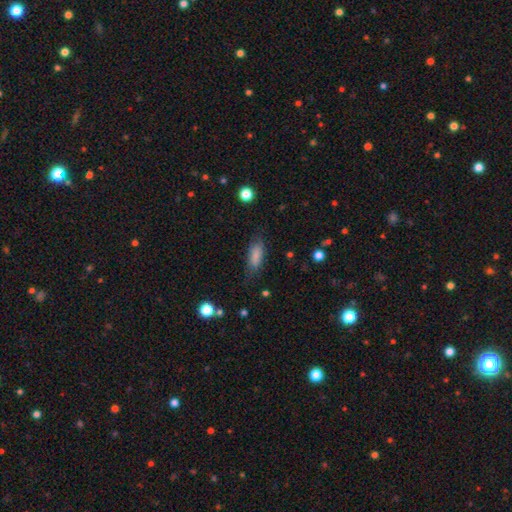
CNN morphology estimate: smooth-or-featured: smooth: 81% | featured or disk: 11% | star or artifact: 7%
  how-rounded: in between: 74% | cigar-shaped: 23% | round: 3%
  merging: none: 72% | minor disturbance: 20% | major disturbance: 6% | merger: 2%